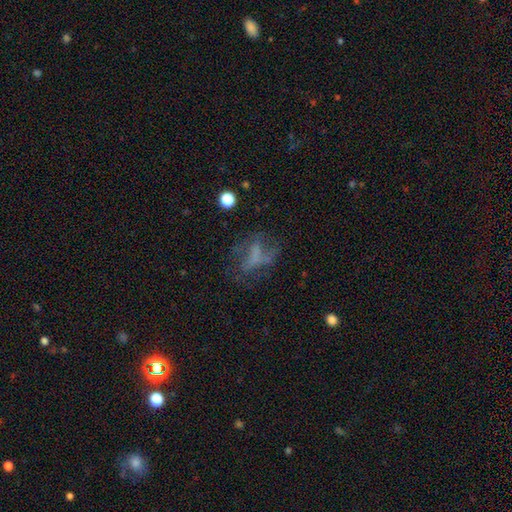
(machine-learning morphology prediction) featured or disk 45%, smooth 35%, star or artifact 20%. Down the decision tree: merging — none (45%).